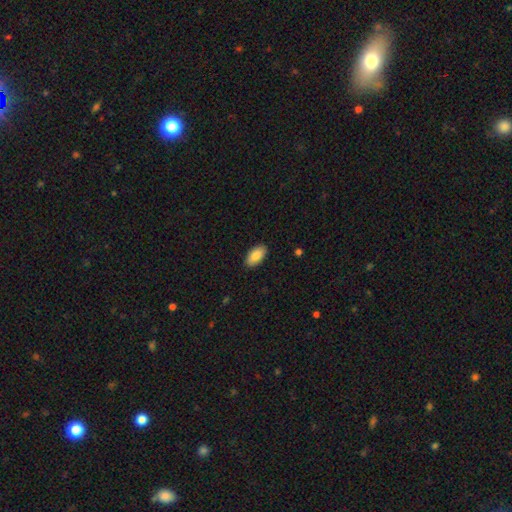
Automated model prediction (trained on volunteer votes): Smooth or featured? smooth (84%)
How rounded? in between (95%)
Merging? none (89%)